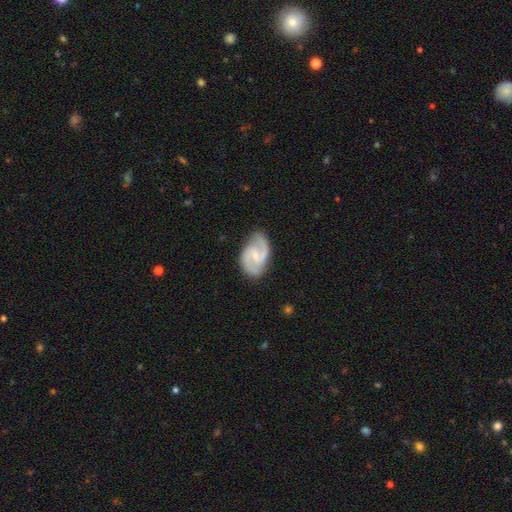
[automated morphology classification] Smooth or featured? Predicted: featured or disk (p=0.85). Edge-on disk? Predicted: no (p=0.98). Bar? Predicted: weak (p=0.51). Spiral arms? Predicted: yes (p=0.96). Spiral winding? Predicted: medium (p=0.56). Spiral arm count? Predicted: 2 (p=0.90). Bulge size? Predicted: small (p=0.66). Merging? Predicted: none (p=0.76).